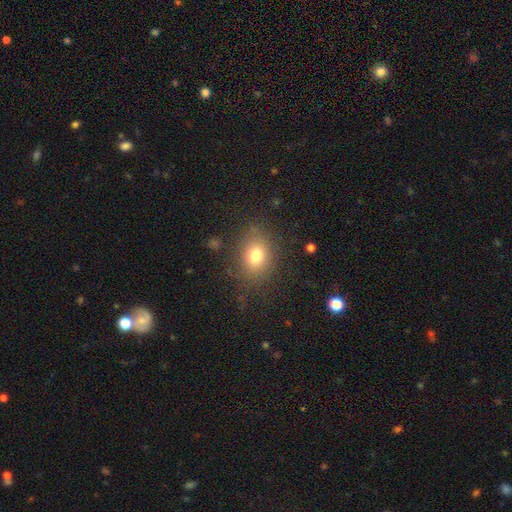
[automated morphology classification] Smooth or featured: smooth — 76% (star or artifact — 13%)
How rounded: in between — 58% (round — 41%)
Merging: none — 78% (minor disturbance — 14%)